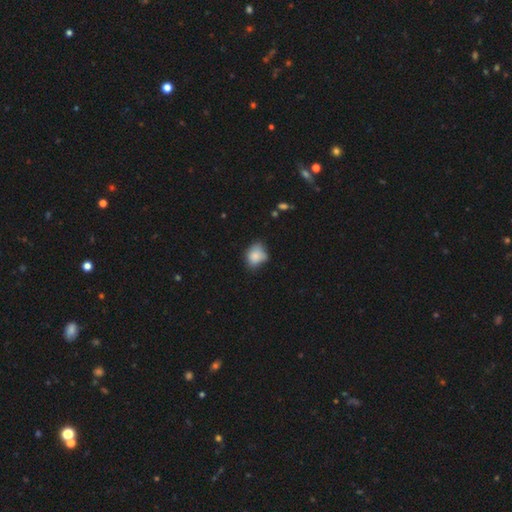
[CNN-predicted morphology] This is clearly a smooth galaxy (82%). How rounded: possibly in between (59%). Merging: possibly none (50%).